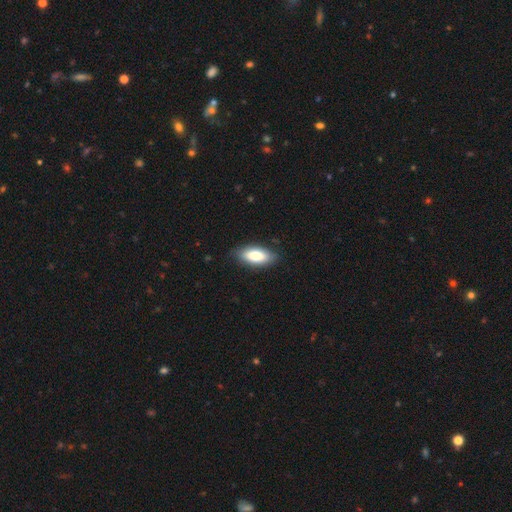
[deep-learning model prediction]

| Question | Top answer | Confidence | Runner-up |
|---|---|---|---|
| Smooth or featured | smooth | 81% | featured or disk (13%) |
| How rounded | in between | 84% | cigar-shaped (13%) |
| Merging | none | 85% | minor disturbance (12%) |